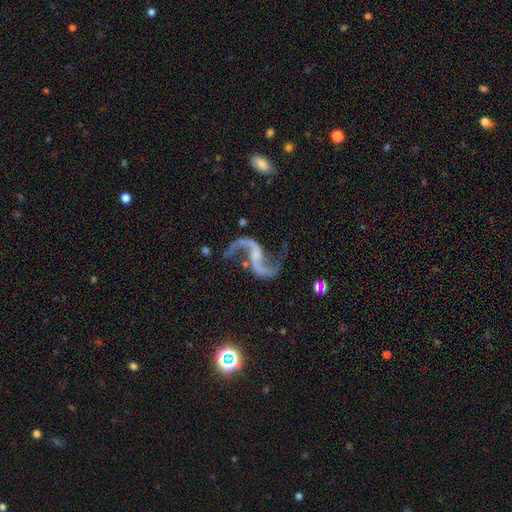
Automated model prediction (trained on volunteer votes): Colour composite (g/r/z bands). It shows a featured or disk galaxy (92%) with no bar (44%), 2 (94%) loose (86%) spiral arms (98%) and a small central bulge (51%). Merging: none (70%).